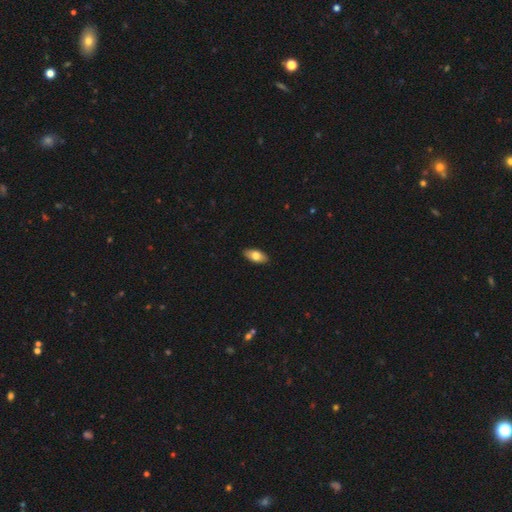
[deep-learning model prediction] The model was most divided on "smooth or featured": smooth: 75%, featured or disk: 19%, star or artifact: 6%. More confident: how rounded — in between (90%); merging — none (90%).